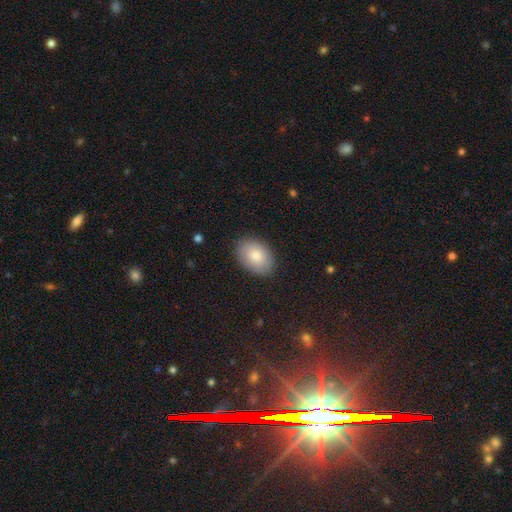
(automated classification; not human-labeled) smooth 80%, featured or disk 13%, star or artifact 7%. Down the decision tree: how rounded — in between (80%); merging — none (85%).